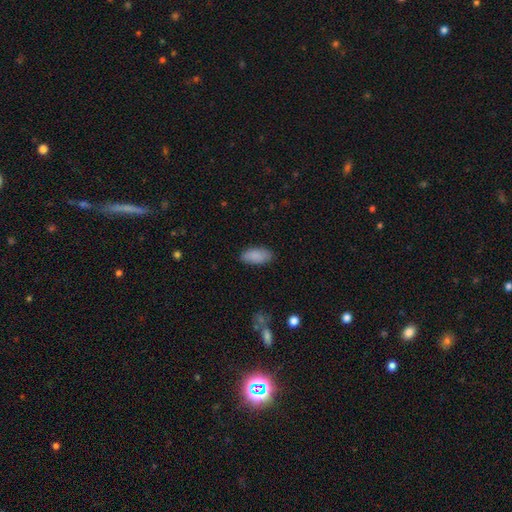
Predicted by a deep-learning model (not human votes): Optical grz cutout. It shows a smooth galaxy with no disk features (88%) that is in between round and cigar-shaped (92%). Merging: none (84%).